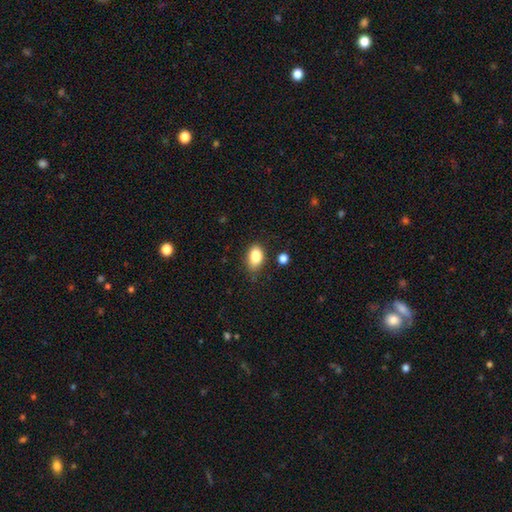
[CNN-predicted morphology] Smooth or featured?
  - smooth: 84% *
  - star or artifact: 9%
  - featured or disk: 7%
How rounded?
  - in between: 83% *
  - round: 16%
  - cigar-shaped: 1%
Merging?
  - none: 73% *
  - minor disturbance: 19%
  - major disturbance: 4%
  - merger: 4%